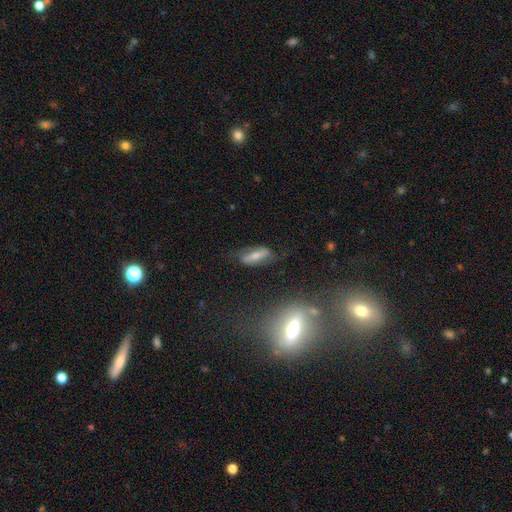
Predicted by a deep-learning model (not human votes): This is possibly a featured or disk galaxy (48%). Merging: likely none (67%).